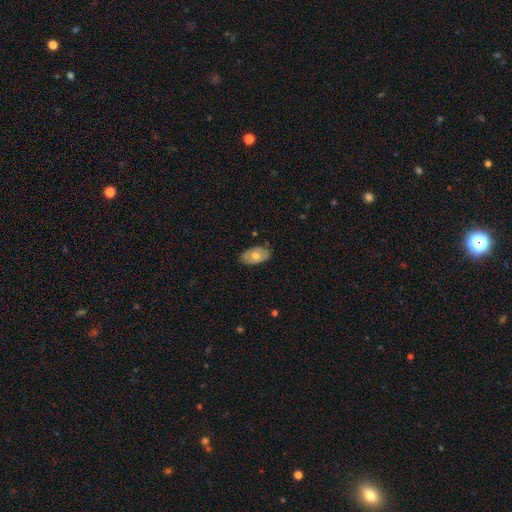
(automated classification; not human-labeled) Smooth or featured? Predicted: smooth (p=0.58). How rounded? Predicted: in between (p=0.93). Merging? Predicted: none (p=0.82).